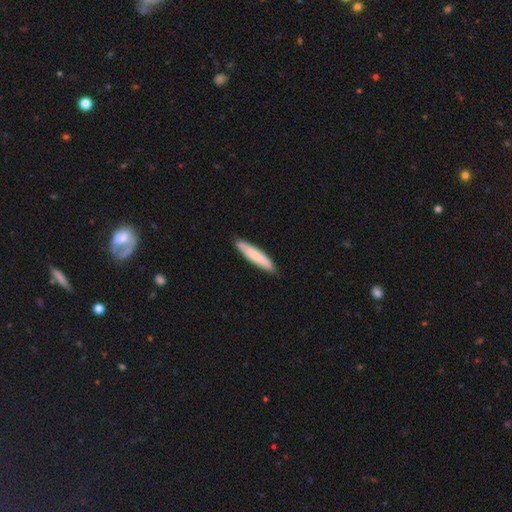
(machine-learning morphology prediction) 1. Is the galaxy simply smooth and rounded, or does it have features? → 75% smooth, 20% featured or disk, 5% star or artifact.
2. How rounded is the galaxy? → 87% cigar-shaped, 12% in between, 1% round.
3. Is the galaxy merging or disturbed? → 88% none, 10% minor disturbance, 1% major disturbance, 1% merger.